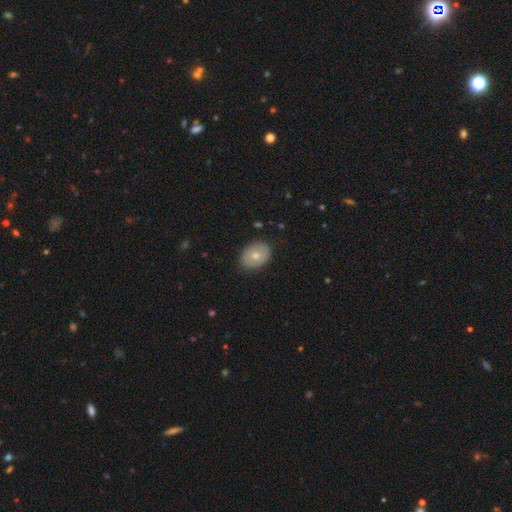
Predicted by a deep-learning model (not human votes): smooth-or-featured: smooth: 69% | featured or disk: 24% | star or artifact: 7%
  how-rounded: in between: 67% | round: 32% | cigar-shaped: 1%
  merging: none: 85% | minor disturbance: 12% | major disturbance: 2% | merger: 1%